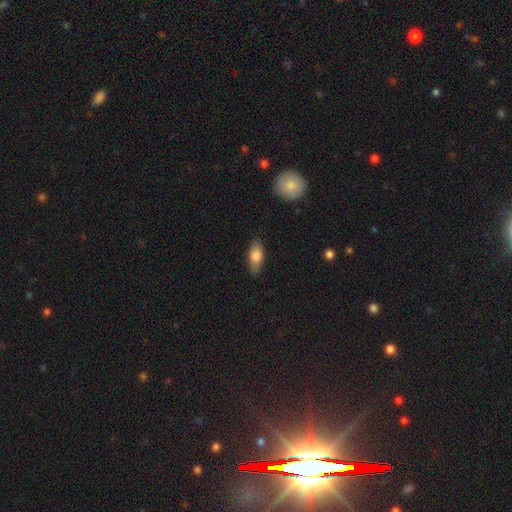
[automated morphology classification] This is clearly a smooth galaxy (81%). How rounded: clearly in between (84%). Merging: clearly none (80%).